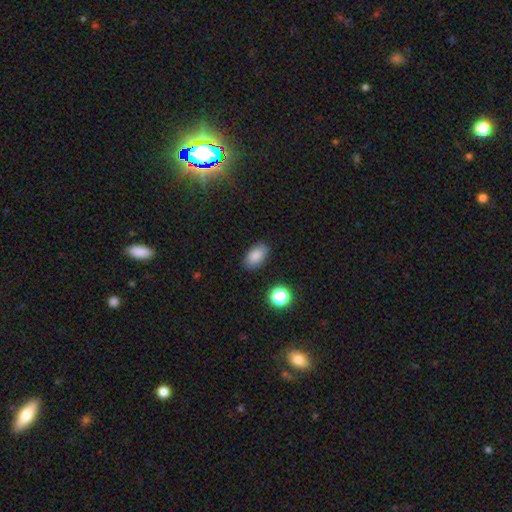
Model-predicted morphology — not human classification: Smooth or featured? Predicted: smooth (p=0.85). How rounded? Predicted: in between (p=0.91). Merging? Predicted: none (p=0.84).